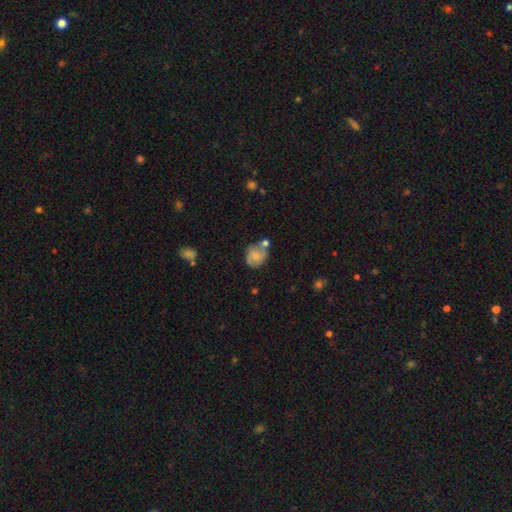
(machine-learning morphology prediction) smooth-or-featured: smooth: 55% | featured or disk: 36% | star or artifact: 9%
  how-rounded: round: 62% | in between: 37% | cigar-shaped: 1%
  merging: none: 49% | merger: 22% | minor disturbance: 22% | major disturbance: 7%